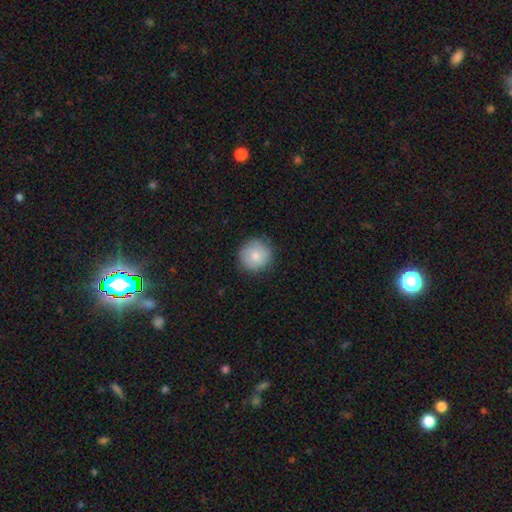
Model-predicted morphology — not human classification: This is clearly a smooth galaxy (82%). How rounded: clearly round (93%). Merging: clearly none (85%).